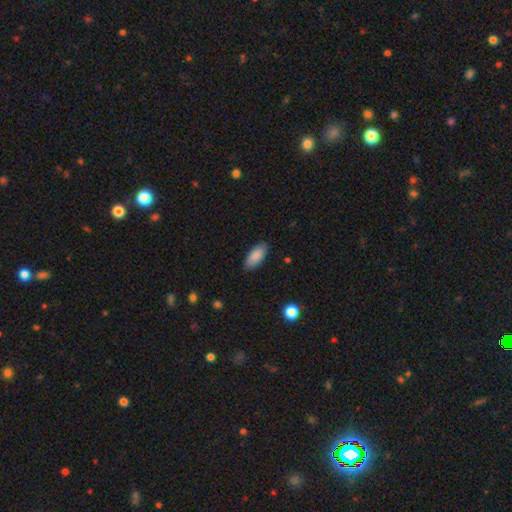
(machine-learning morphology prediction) A smooth galaxy with no disk features (88%) that is in between round and cigar-shaped (91%).

Vote fractions:
- Smooth or featured? smooth: 88% / featured or disk: 6% / star or artifact: 6%
- How rounded? in between: 91% / cigar-shaped: 7% / round: 2%
- Merging? none: 85% / minor disturbance: 11% / major disturbance: 2% / merger: 1%